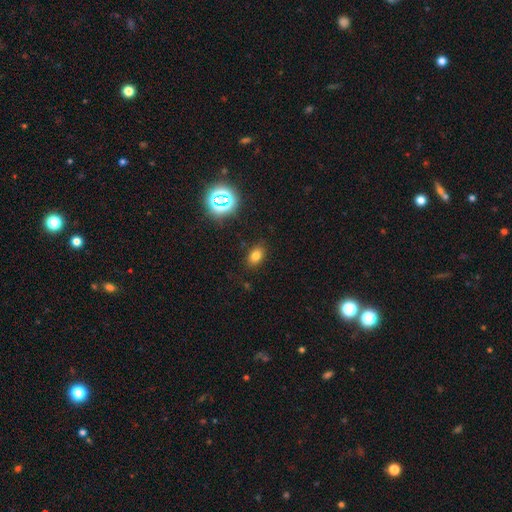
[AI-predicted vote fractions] Smooth or featured? Predicted: smooth (p=0.73). How rounded? Predicted: in between (p=0.82). Merging? Predicted: none (p=0.84).